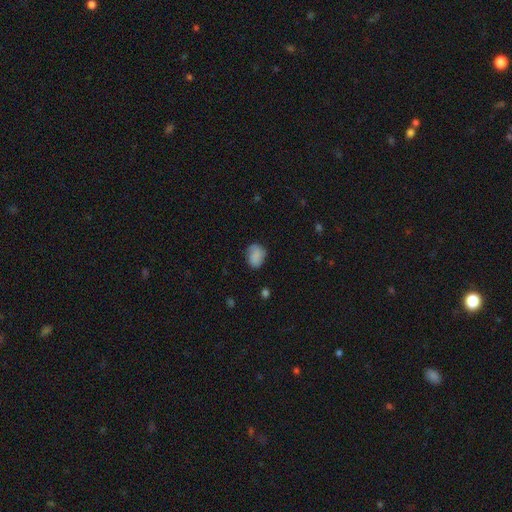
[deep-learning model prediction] The model was most divided on "how rounded": in between: 64%, round: 35%, cigar-shaped: 1%. More confident: smooth or featured — smooth (79%); merging — none (67%).